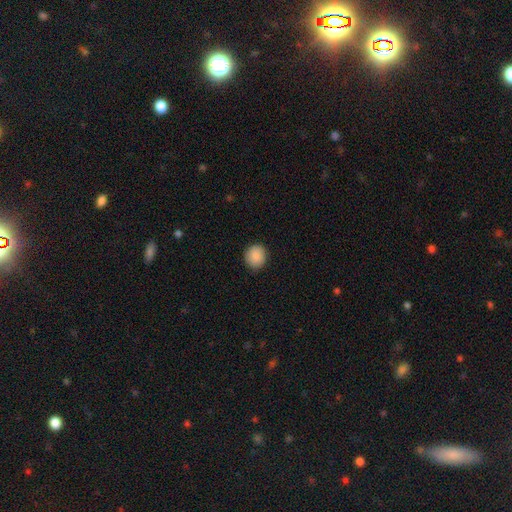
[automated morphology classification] This appears to be a smooth galaxy with no disk features (90%) that is round (88%). Merging: none (89%).